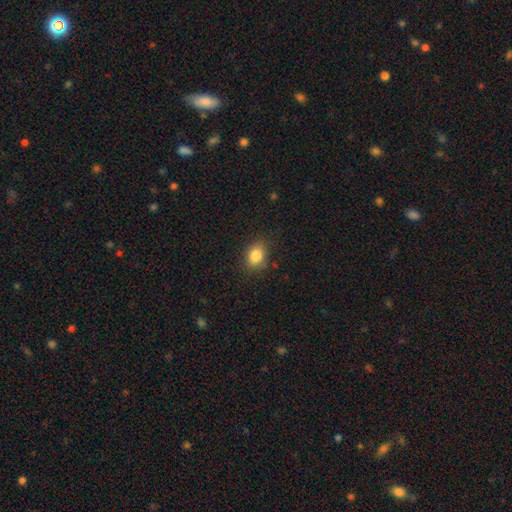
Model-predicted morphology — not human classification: type=smooth (84%); roundness=in between (55%); merging=none (83%).